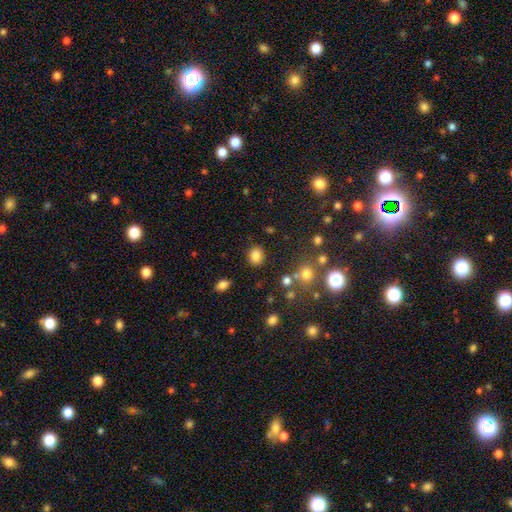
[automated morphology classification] smooth 84%, star or artifact 11%, featured or disk 5%. Down the decision tree: how rounded — round (58%); merging — none (85%).